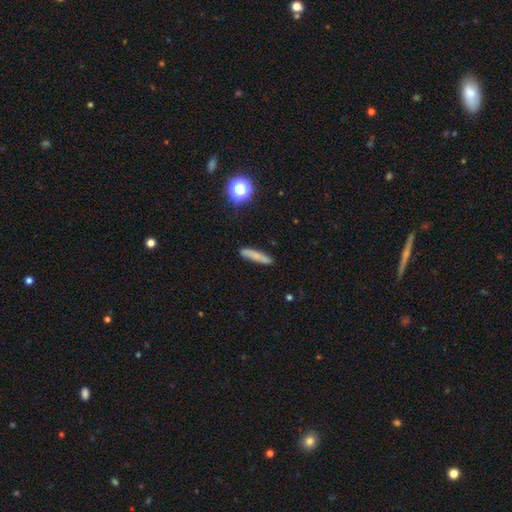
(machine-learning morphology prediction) The model was most divided on "smooth or featured": smooth: 72%, featured or disk: 18%, star or artifact: 10%. More confident: how rounded — cigar-shaped (87%); merging — none (83%).